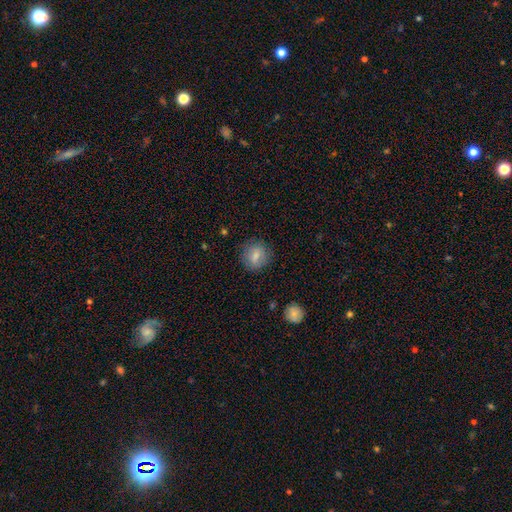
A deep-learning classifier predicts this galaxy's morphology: smooth_or_featured: smooth (p=0.77) [alt: featured or disk p=0.14]
how_rounded: round (p=0.76) [alt: in between p=0.23]
merging: none (p=0.83) [alt: minor disturbance p=0.12]